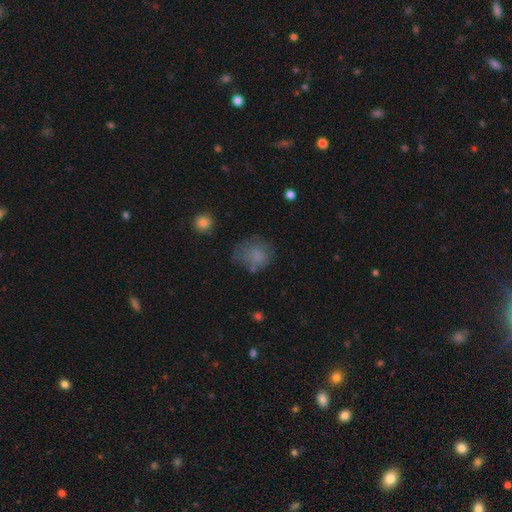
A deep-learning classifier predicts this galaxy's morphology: Q: Smooth or featured?
A: smooth (76%); runner-up: featured or disk (13%)
Q: How rounded?
A: round (74%); runner-up: in between (25%)
Q: Merging?
A: none (53%); runner-up: minor disturbance (26%)